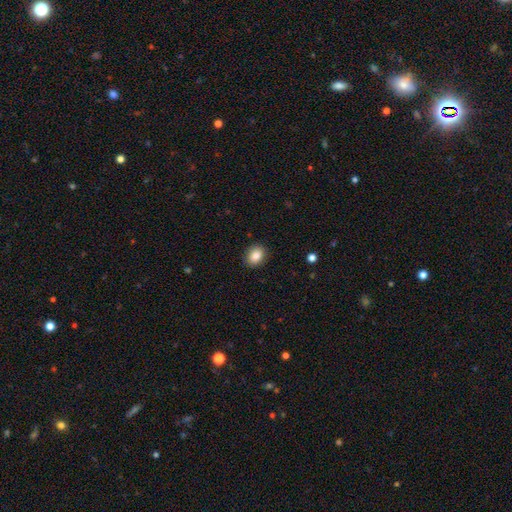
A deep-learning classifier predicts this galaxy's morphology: smooth_or_featured: smooth (p=0.84) [alt: star or artifact p=0.09]
how_rounded: in between (p=0.53) [alt: round p=0.47]
merging: none (p=0.89) [alt: minor disturbance p=0.08]